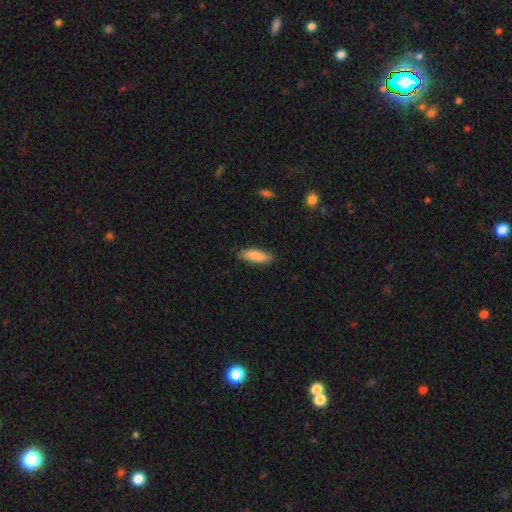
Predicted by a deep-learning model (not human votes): smooth-or-featured: smooth: 86% | featured or disk: 8% | star or artifact: 6%
  how-rounded: cigar-shaped: 49% (tied) | in between: 49% (tied) | round: 2%
  merging: none: 85% | minor disturbance: 12% | major disturbance: 2% | merger: 1%